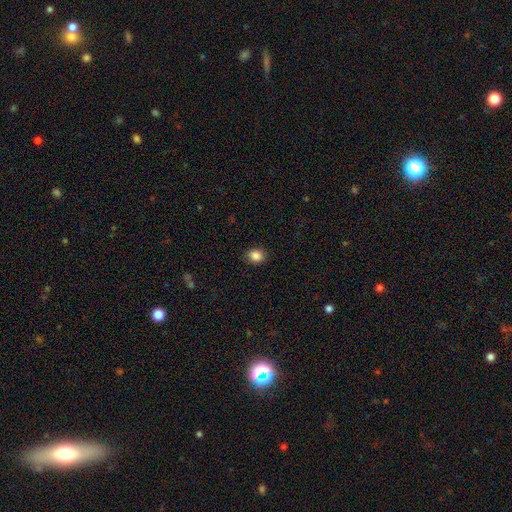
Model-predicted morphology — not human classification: Smooth or featured?
  - smooth: 87% *
  - star or artifact: 9%
  - featured or disk: 4%
How rounded?
  - round: 57% *
  - in between: 42%
  - cigar-shaped: 1%
Merging?
  - none: 88% *
  - minor disturbance: 8%
  - major disturbance: 2%
  - merger: 1%